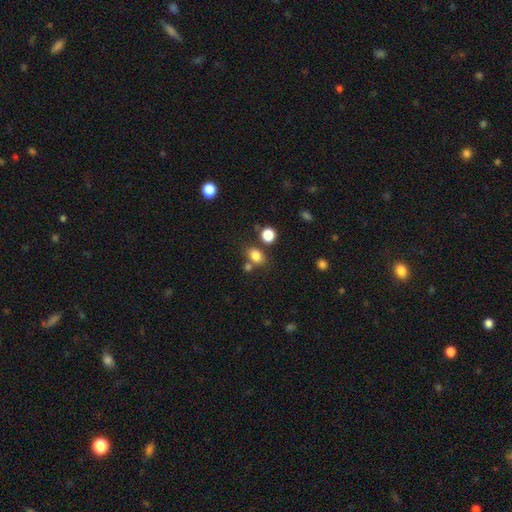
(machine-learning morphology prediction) Smooth or featured? Predicted: smooth (p=0.80). How rounded? Predicted: in between (p=0.56). Merging? Predicted: none (p=0.65).